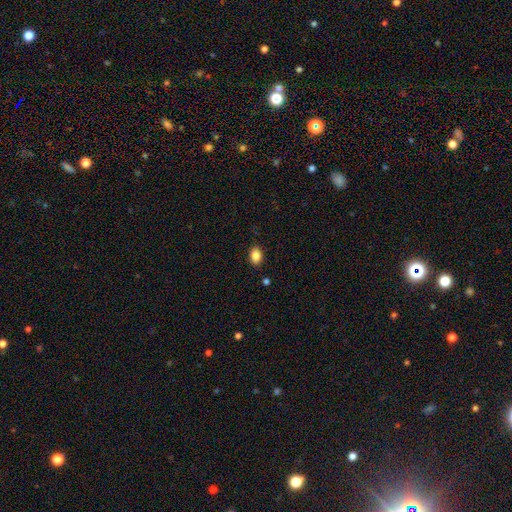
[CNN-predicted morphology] Smooth or featured?
  - smooth: 86% *
  - star or artifact: 9%
  - featured or disk: 5%
How rounded?
  - in between: 83% *
  - round: 16%
  - cigar-shaped: 1%
Merging?
  - none: 87% *
  - minor disturbance: 9%
  - major disturbance: 2%
  - merger: 1%